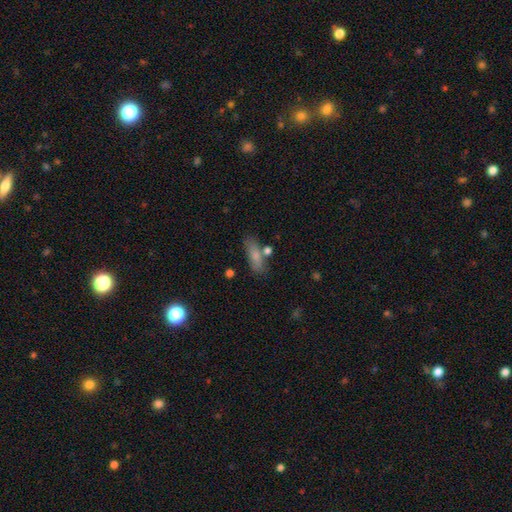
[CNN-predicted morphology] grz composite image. It shows a smooth galaxy with no disk features (76%) that is in between round and cigar-shaped (63%). Merging: none (67%).